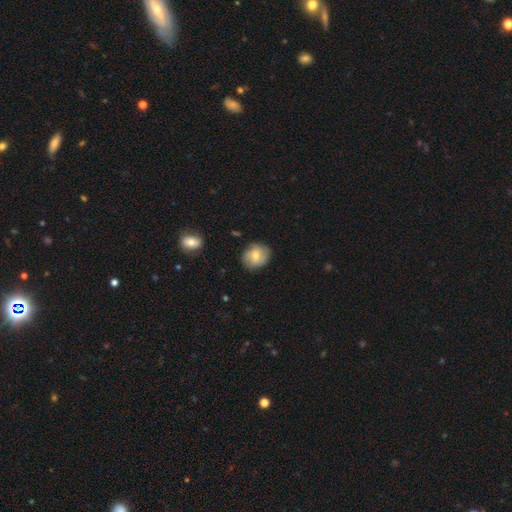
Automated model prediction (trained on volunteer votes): Smooth or featured? Predicted: smooth (p=0.60). How rounded? Predicted: round (p=0.64). Merging? Predicted: none (p=0.78).